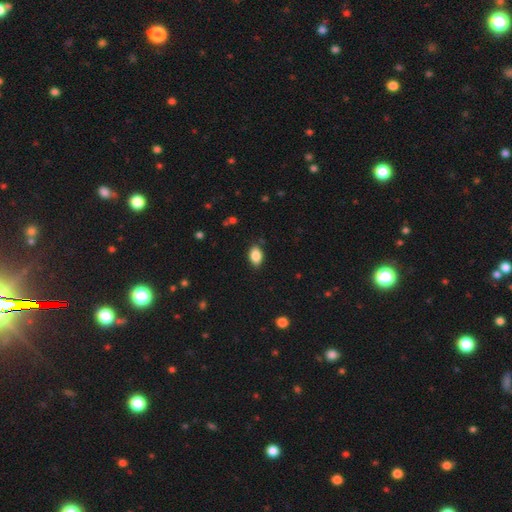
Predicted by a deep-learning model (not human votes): Q: Smooth or featured?
A: smooth (87%); runner-up: star or artifact (8%)
Q: How rounded?
A: in between (90%); runner-up: round (8%)
Q: Merging?
A: none (86%); runner-up: minor disturbance (11%)